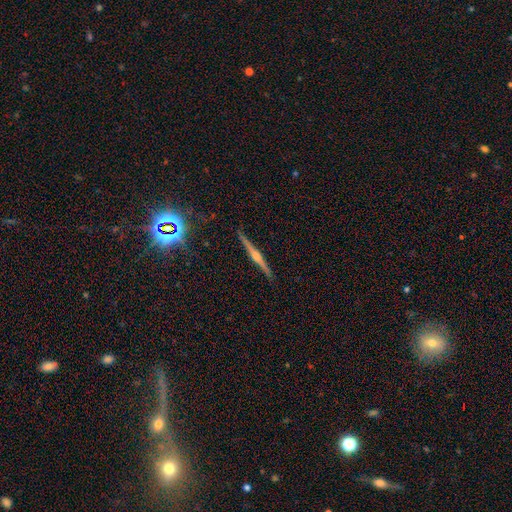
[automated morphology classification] Q: Smooth or featured?
A: featured or disk (77%); runner-up: smooth (12%)
Q: Edge-on disk?
A: yes (98%); runner-up: no (2%)
Q: Edge-on bulge?
A: rounded (85%); runner-up: boxy (9%)
Q: Merging?
A: none (91%); runner-up: minor disturbance (7%)